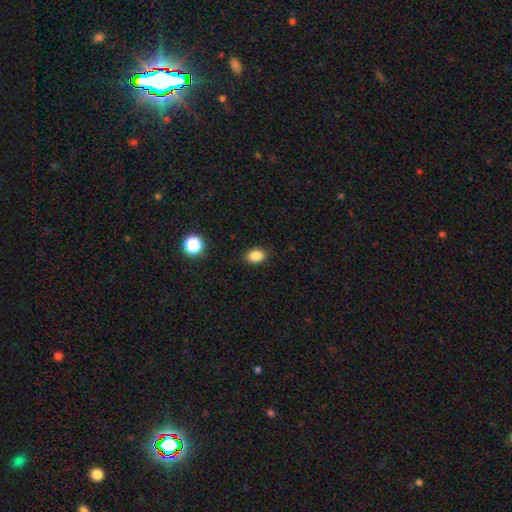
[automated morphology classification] smooth-or-featured: smooth: 86% | star or artifact: 11% | featured or disk: 4%
  how-rounded: in between: 72% | round: 27% | cigar-shaped: 1%
  merging: none: 88% | minor disturbance: 8% | major disturbance: 2% | merger: 1%